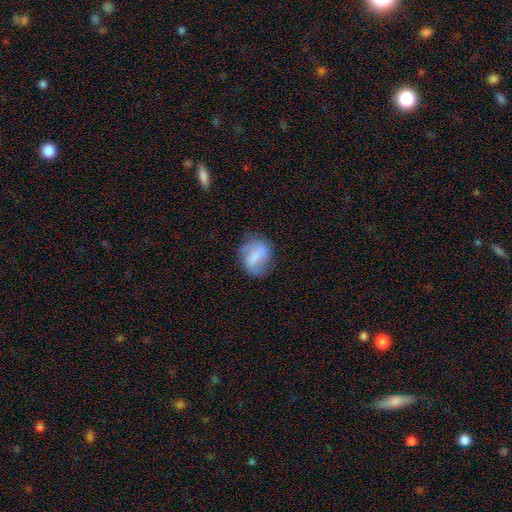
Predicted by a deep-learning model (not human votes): Morphology: type=featured or disk (49%); merging=none (63%).